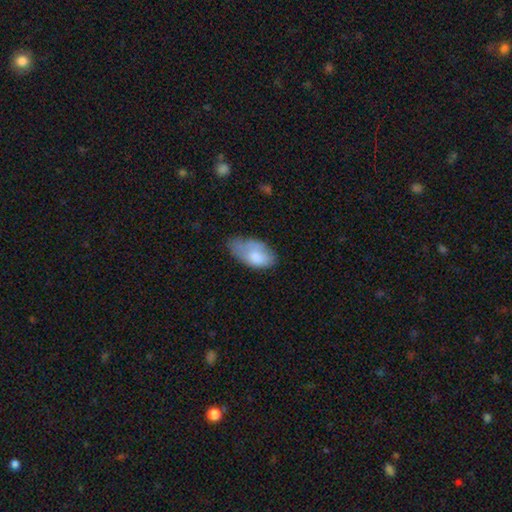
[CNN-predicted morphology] A smooth galaxy with no disk features (76%) that is in between round and cigar-shaped (94%). Merging: minor disturbance (43%).